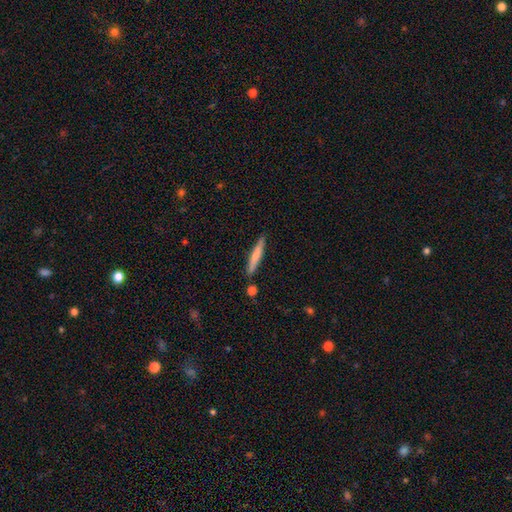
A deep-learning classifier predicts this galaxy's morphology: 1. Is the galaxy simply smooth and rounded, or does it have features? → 68% smooth, 26% featured or disk, 5% star or artifact.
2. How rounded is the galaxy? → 94% cigar-shaped, 4% in between, 1% round.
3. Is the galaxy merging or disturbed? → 87% none, 9% minor disturbance, 3% merger, 2% major disturbance.